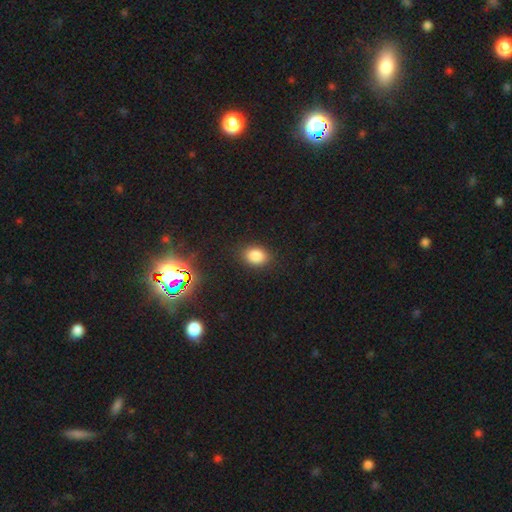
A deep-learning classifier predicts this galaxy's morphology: A smooth galaxy with no disk features (83%) that is in between round and cigar-shaped (70%). Merging: none (86%).